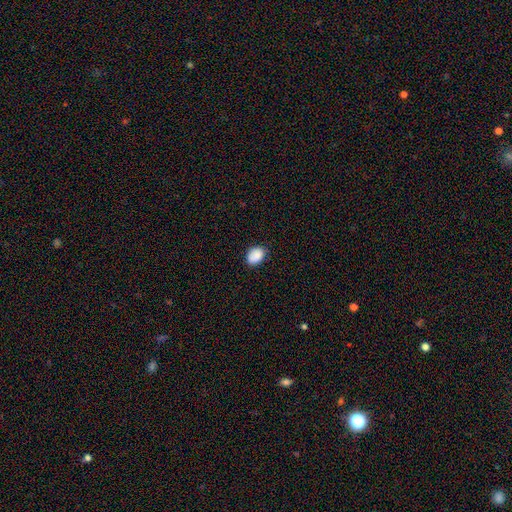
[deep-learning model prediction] A smooth galaxy with no disk features (87%) that is in between round and cigar-shaped (69%). Merging: none (77%).